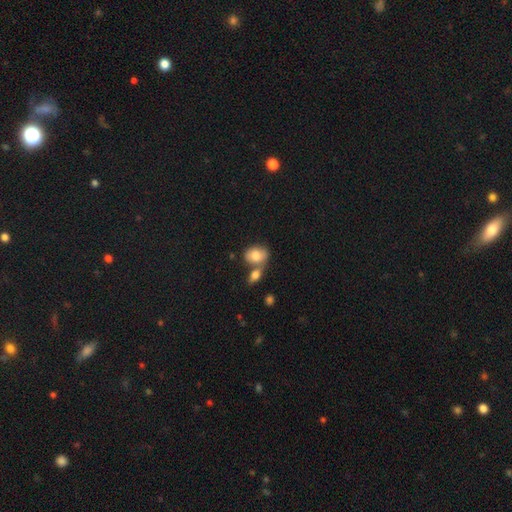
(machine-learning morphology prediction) Smooth or featured? Predicted: smooth (p=0.77). How rounded? Predicted: in between (p=0.66). Merging? Predicted: none (p=0.40, tied with merger).